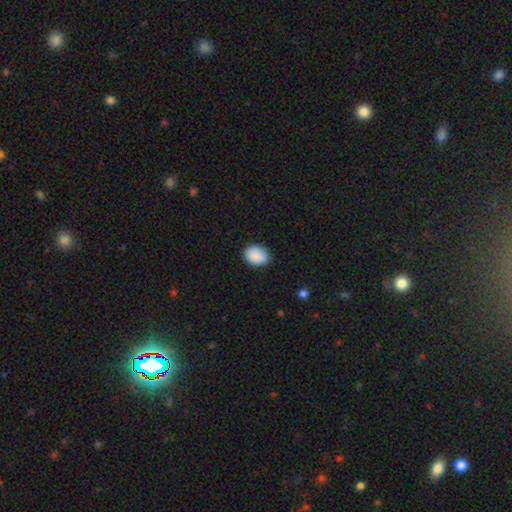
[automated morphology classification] A smooth galaxy with no disk features (90%) that is in between round and cigar-shaped (61%). Merging: none (84%).